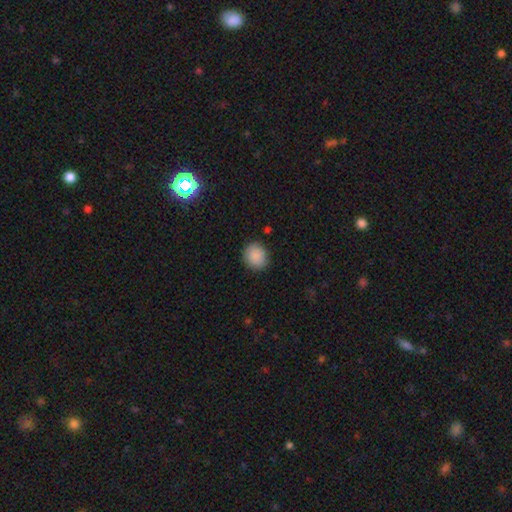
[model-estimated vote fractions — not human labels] Overall: smooth (88%). How rounded: round (83%). Merging: none (88%).